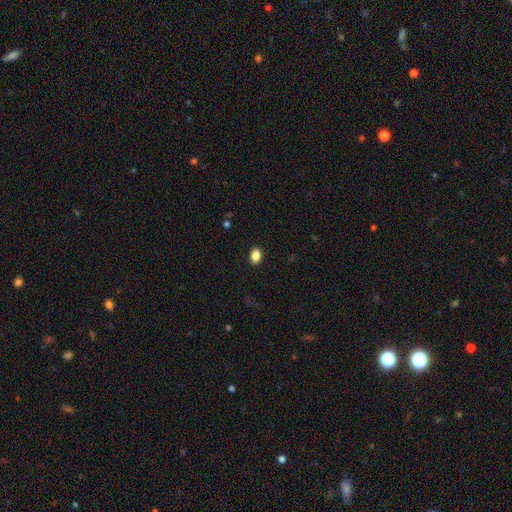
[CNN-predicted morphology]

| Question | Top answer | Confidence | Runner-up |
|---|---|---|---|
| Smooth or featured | smooth | 87% | star or artifact (9%) |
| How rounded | in between | 85% | round (14%) |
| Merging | none | 90% | minor disturbance (7%) |